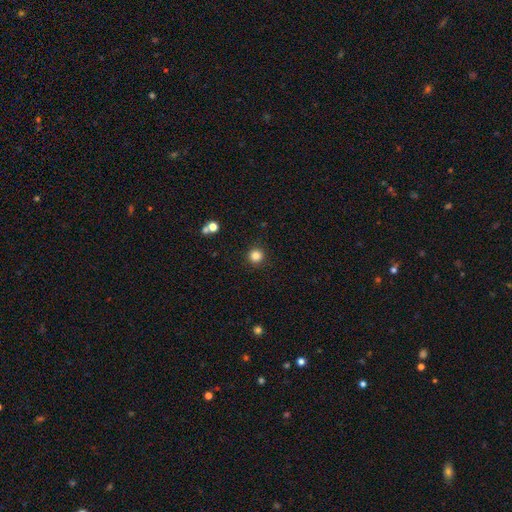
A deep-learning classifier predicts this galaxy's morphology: A smooth galaxy with no disk features (85%) that is round (95%). Merging: none (91%).